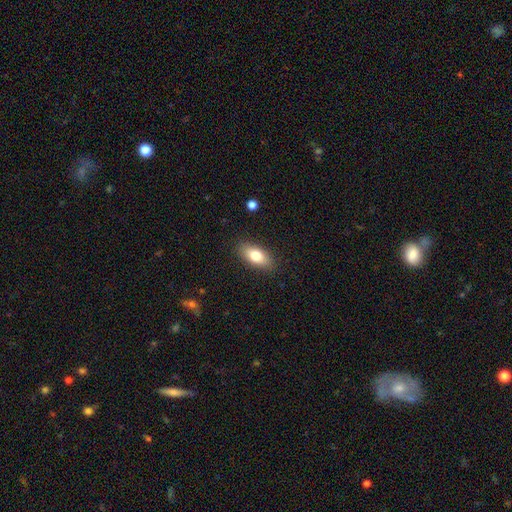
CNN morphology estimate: Smooth or featured?
  - smooth: 79% *
  - featured or disk: 14%
  - star or artifact: 7%
How rounded?
  - in between: 85% *
  - cigar-shaped: 11%
  - round: 4%
Merging?
  - none: 87% *
  - minor disturbance: 10%
  - major disturbance: 2%
  - merger: 1%